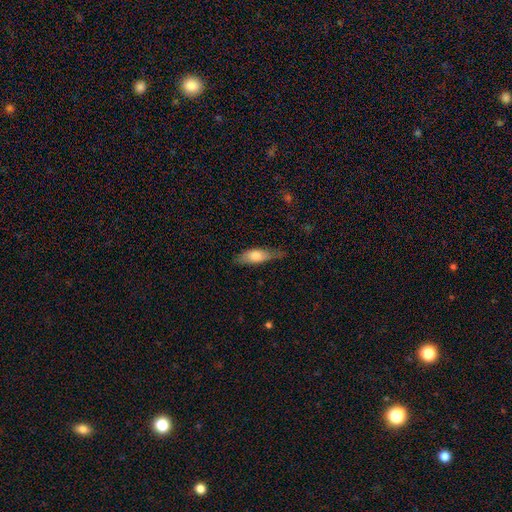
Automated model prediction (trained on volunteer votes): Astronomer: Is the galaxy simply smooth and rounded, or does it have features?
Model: smooth — 72%.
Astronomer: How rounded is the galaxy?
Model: in between — 58% (runner-up: cigar-shaped, 39%).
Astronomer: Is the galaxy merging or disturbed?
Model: none — 57% (runner-up: minor disturbance, 32%).